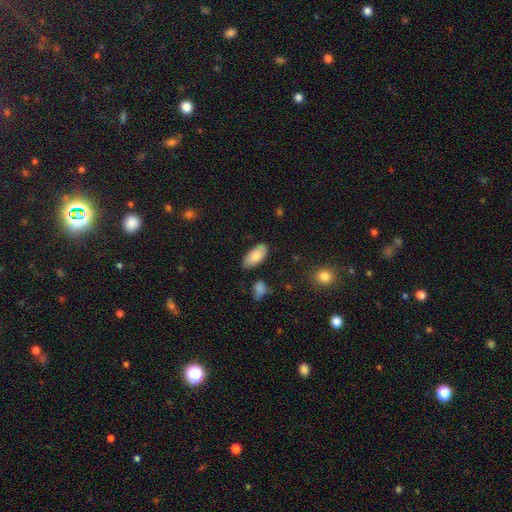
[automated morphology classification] Smooth or featured?
  - smooth: 80% *
  - featured or disk: 13%
  - star or artifact: 7%
How rounded?
  - in between: 92% *
  - cigar-shaped: 5%
  - round: 2%
Merging?
  - none: 84% *
  - minor disturbance: 12%
  - merger: 2%
  - major disturbance: 2%